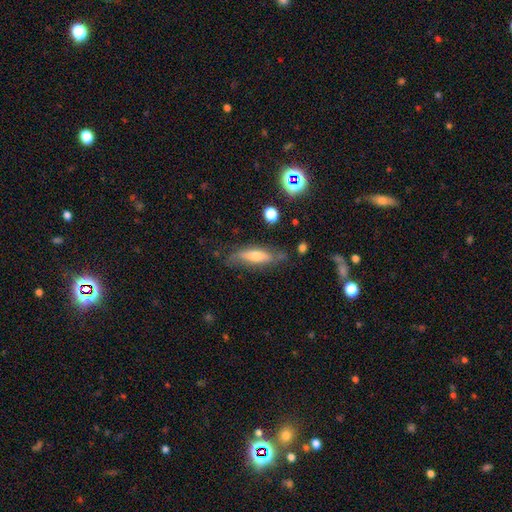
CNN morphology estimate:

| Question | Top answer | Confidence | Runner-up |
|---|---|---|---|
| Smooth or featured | smooth | 52% | featured or disk (40%) |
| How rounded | cigar-shaped | 58% | in between (40%) |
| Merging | none | 66% | minor disturbance (24%) |